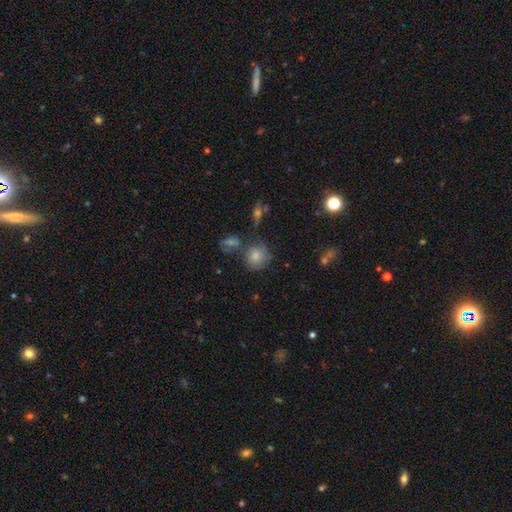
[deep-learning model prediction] The model was most divided on "merging": none: 64%, minor disturbance: 16%, merger: 14%, major disturbance: 6%. More confident: how rounded — round (83%); smooth or featured — smooth (66%).